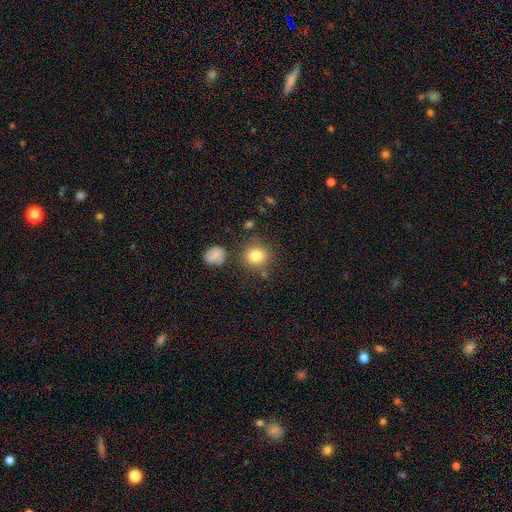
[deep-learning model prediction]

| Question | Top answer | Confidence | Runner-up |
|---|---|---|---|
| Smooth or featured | smooth | 81% | star or artifact (11%) |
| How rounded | round | 86% | in between (13%) |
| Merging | none | 80% | minor disturbance (11%) |